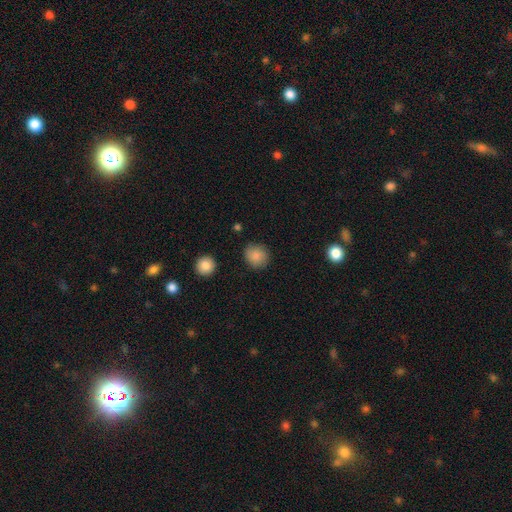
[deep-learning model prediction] A smooth galaxy with no disk features (86%) that is round (83%).

Vote fractions:
- Smooth or featured? smooth: 86% / star or artifact: 8% / featured or disk: 5%
- How rounded? round: 83% / in between: 16% / cigar-shaped: 1%
- Merging? none: 86% / minor disturbance: 10% / major disturbance: 3% / merger: 2%